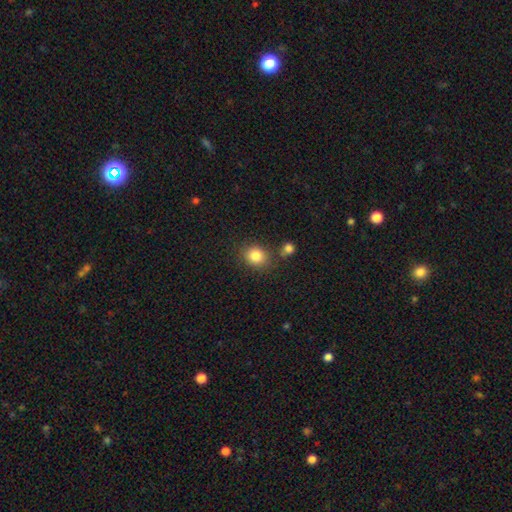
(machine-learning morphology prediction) type=smooth (84%); roundness=round (71%); merging=none (77%).